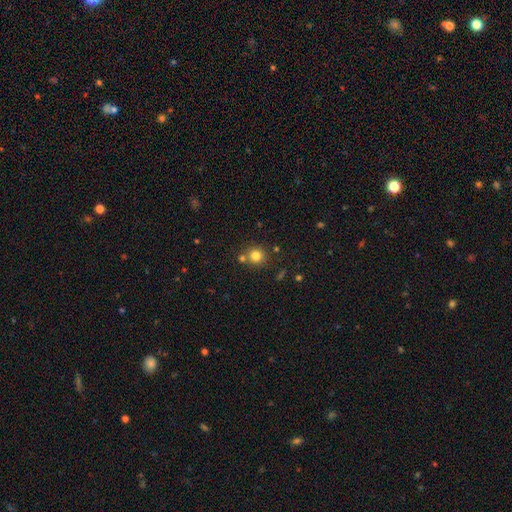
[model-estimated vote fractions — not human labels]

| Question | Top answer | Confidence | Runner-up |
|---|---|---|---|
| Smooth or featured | smooth | 80% | star or artifact (13%) |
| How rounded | round | 90% | in between (9%) |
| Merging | none | 73% | merger (16%) |